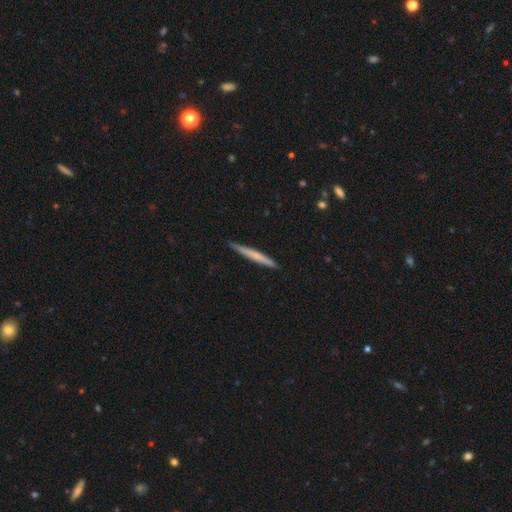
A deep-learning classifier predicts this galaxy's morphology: type=smooth (57%); roundness=cigar-shaped (97%); merging=none (90%).